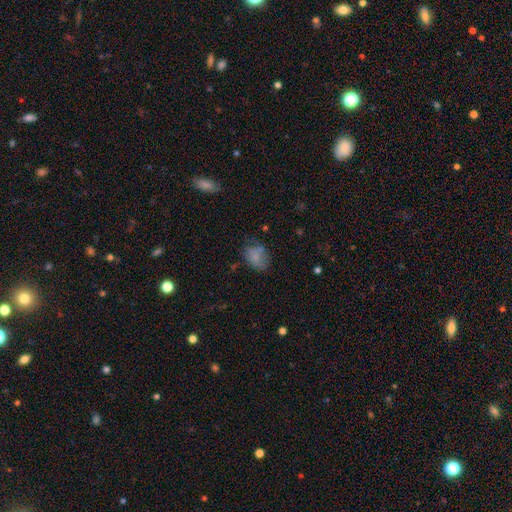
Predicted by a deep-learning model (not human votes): Morphology: type=smooth (71%); roundness=in between (68%); merging=none (52%).